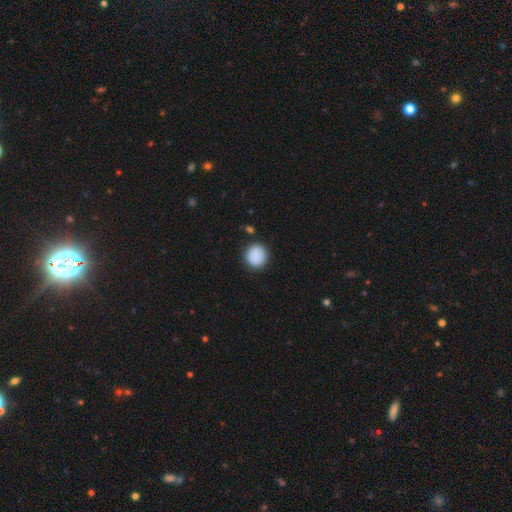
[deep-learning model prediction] smooth_or_featured: smooth (p=0.90) [alt: star or artifact p=0.07]
how_rounded: round (p=0.91) [alt: in between p=0.08]
merging: none (p=0.89) [alt: minor disturbance p=0.08]